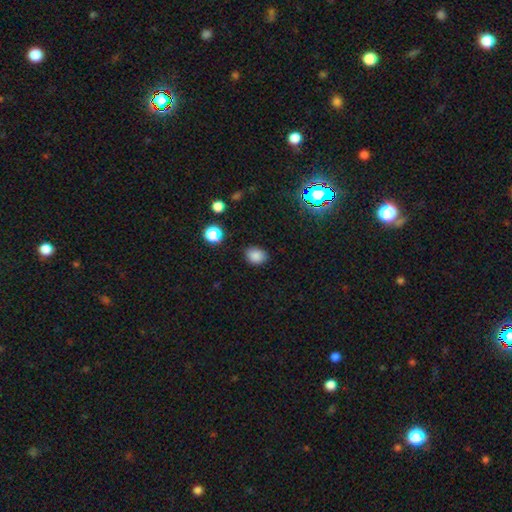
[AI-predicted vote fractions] Smooth or featured? smooth (83%)
How rounded? in between (52%)
Merging? none (83%)